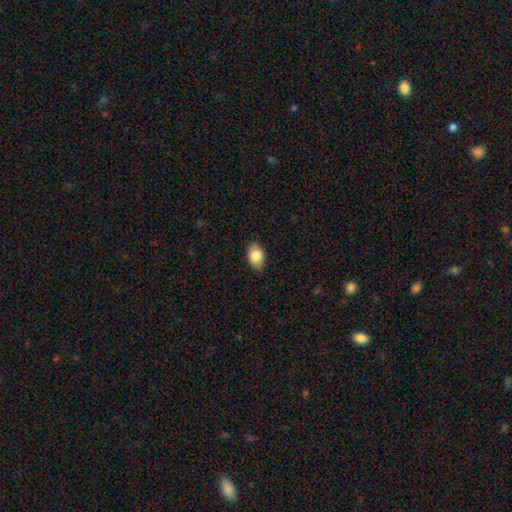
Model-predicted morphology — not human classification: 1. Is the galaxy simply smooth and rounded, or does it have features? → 84% smooth, 9% featured or disk, 7% star or artifact.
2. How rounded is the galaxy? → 90% in between, 8% round, 2% cigar-shaped.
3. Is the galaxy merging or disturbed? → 86% none, 10% minor disturbance, 2% major disturbance, 1% merger.